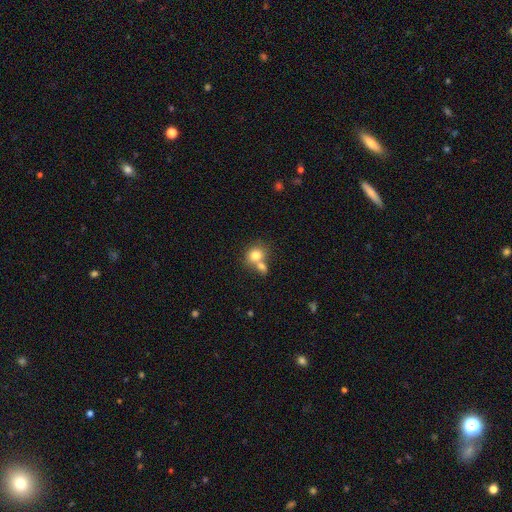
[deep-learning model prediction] A smooth galaxy with no disk features (79%) that is round (68%). Merging: merger (49%).